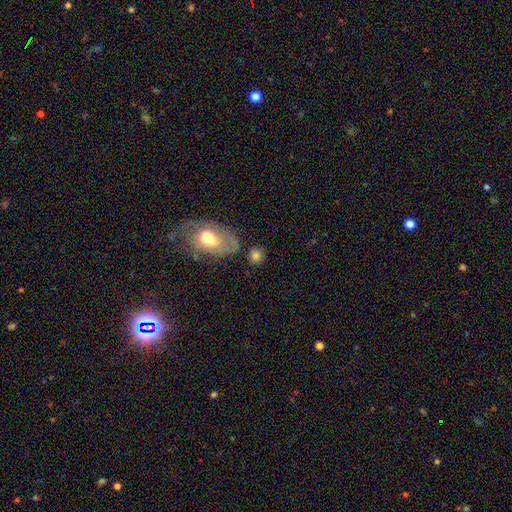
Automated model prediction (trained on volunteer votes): smooth-or-featured: smooth: 77% | featured or disk: 12% | star or artifact: 12%
  how-rounded: round: 76% | in between: 22% | cigar-shaped: 2%
  merging: none: 71% | minor disturbance: 13% | merger: 10% | major disturbance: 6%